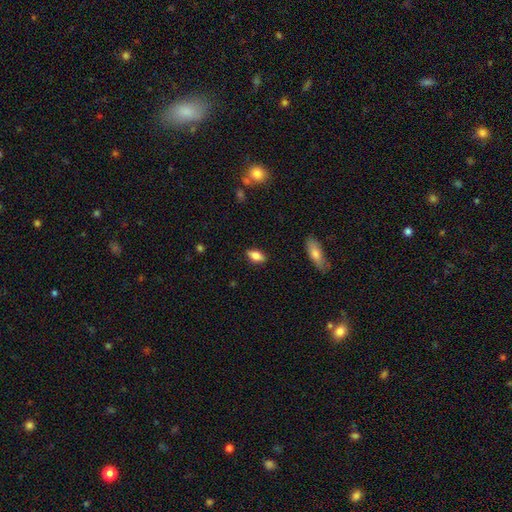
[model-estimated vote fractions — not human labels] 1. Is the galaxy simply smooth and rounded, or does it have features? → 78% smooth, 15% featured or disk, 8% star or artifact.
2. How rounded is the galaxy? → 86% in between, 9% cigar-shaped, 4% round.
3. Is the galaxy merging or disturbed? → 86% none, 10% minor disturbance, 2% major disturbance, 1% merger.